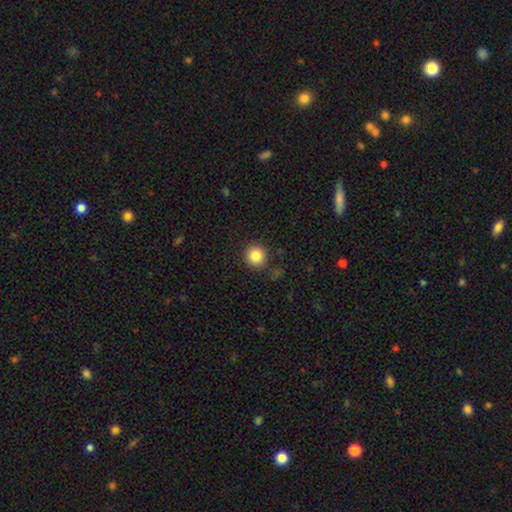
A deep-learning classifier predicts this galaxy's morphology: type=smooth (85%); roundness=round (92%); merging=none (87%).